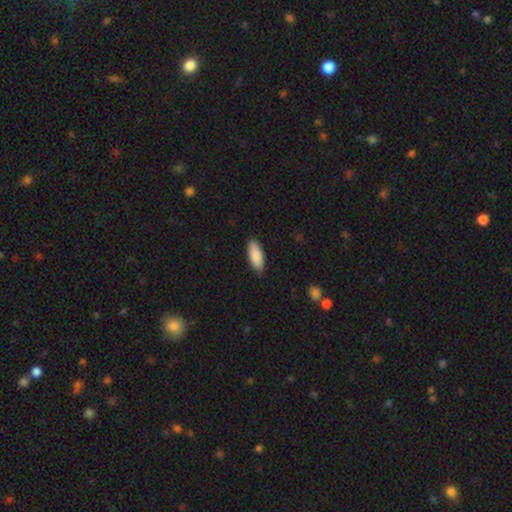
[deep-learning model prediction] smooth-or-featured: smooth: 88% | featured or disk: 6% | star or artifact: 5%
  how-rounded: in between: 75% | cigar-shaped: 24% | round: 2%
  merging: none: 87% | minor disturbance: 10% | major disturbance: 2% | merger: 1%